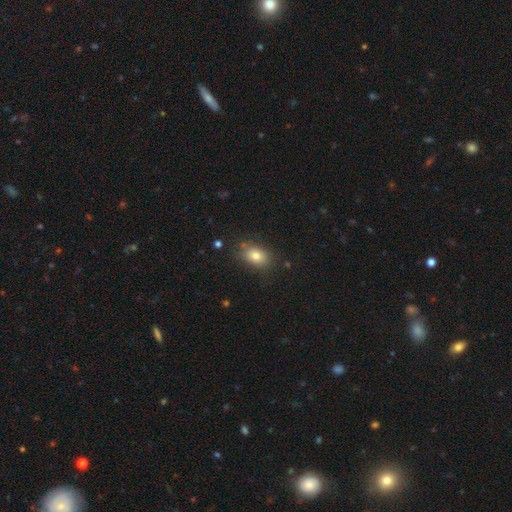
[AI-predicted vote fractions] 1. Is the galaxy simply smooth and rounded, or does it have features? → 80% smooth, 10% star or artifact, 10% featured or disk.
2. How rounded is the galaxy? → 77% in between, 22% round, 2% cigar-shaped.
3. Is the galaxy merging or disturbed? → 79% none, 15% minor disturbance, 4% major disturbance, 2% merger.